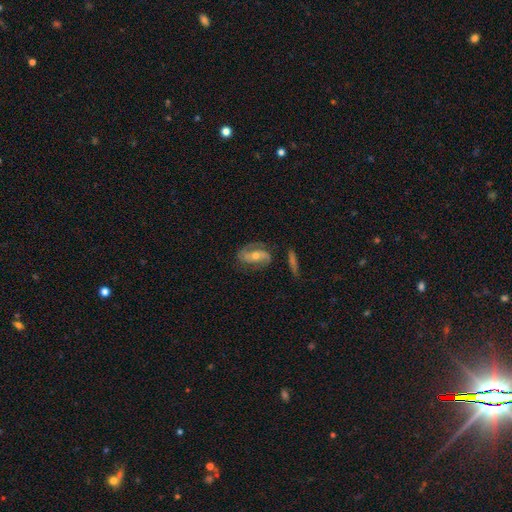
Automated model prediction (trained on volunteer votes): featured or disk 78%, smooth 15%, star or artifact 7%. Down the decision tree: edge-on disk — no (94%); bar — no (43%); spiral arms — yes (92%); spiral arm count — 2 (84%); spiral winding — medium (46%); bulge size — moderate (56%); merging — none (70%).